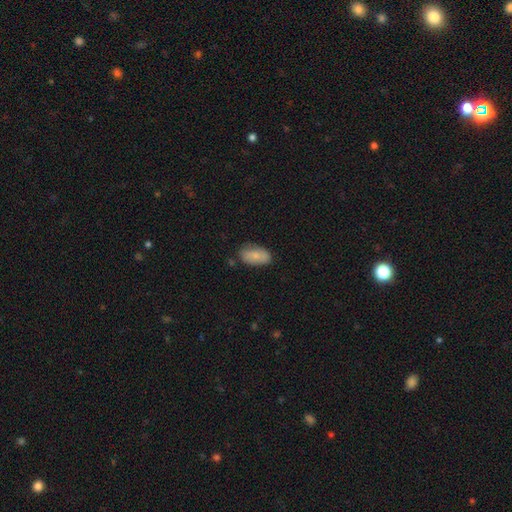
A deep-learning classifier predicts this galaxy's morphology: This is likely a smooth galaxy (79%). How rounded: clearly in between (93%). Merging: likely none (75%).